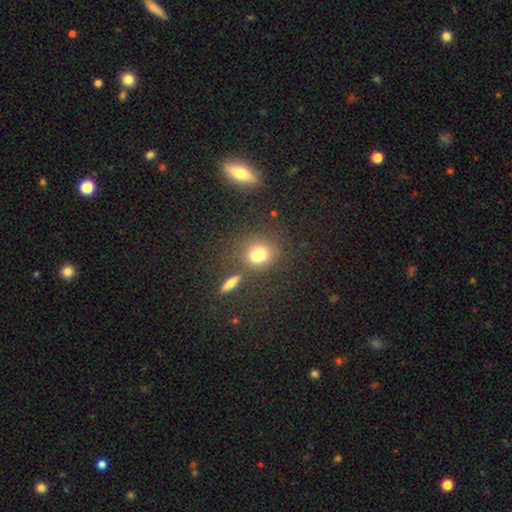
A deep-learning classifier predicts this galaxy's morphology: smooth_or_featured: smooth (p=0.73) [alt: star or artifact p=0.15]
how_rounded: round (p=0.54) [alt: in between p=0.42]
merging: none (p=0.53) [alt: merger p=0.30]